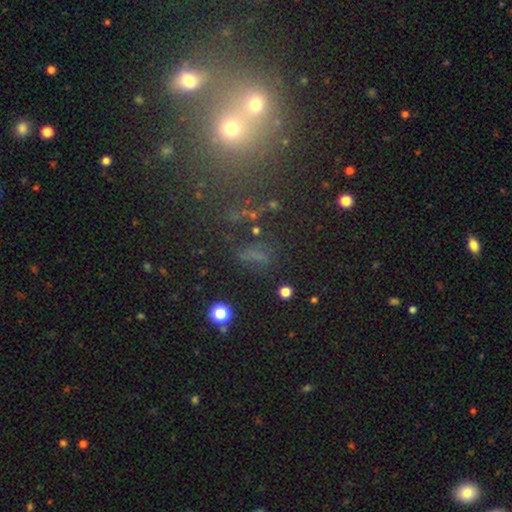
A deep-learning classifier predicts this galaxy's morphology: Smooth or featured: smooth — 43% (star or artifact — 41%)
Merging: none — 59% (minor disturbance — 18%)